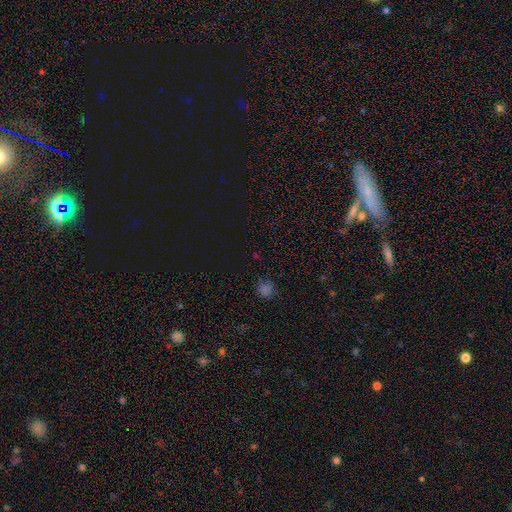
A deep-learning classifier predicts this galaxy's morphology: Smooth or featured? star or artifact (57%)